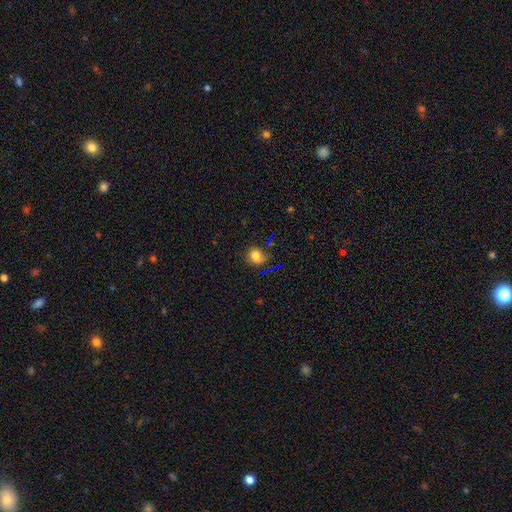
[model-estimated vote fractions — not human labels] This appears to be a smooth galaxy with no disk features (76%) that is round (75%). Merging: none (74%).